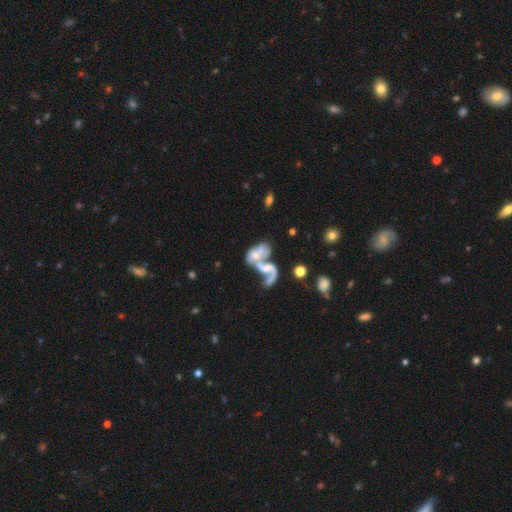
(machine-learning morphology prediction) Smooth or featured: featured or disk — 67% (smooth — 24%)
Edge-on disk: no — 96% (yes — 4%)
Bar: no — 62% (weak — 28%)
Spiral arms: yes — 67% (no — 33%)
Bulge size: moderate — 38% (small — 33%)
Merging: merger — 74% (major disturbance — 11%)